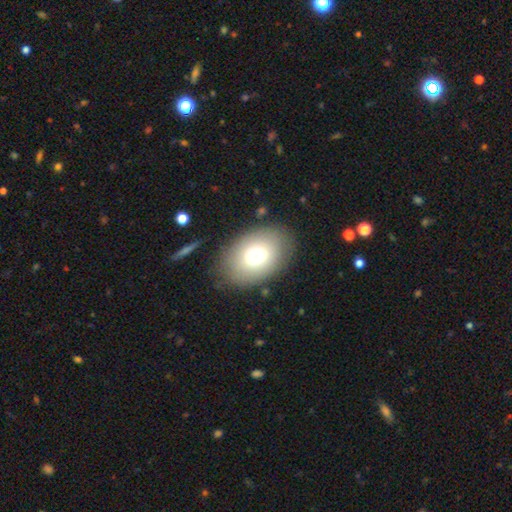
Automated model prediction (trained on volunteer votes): This appears to be a smooth galaxy with no disk features (74%) that is in between round and cigar-shaped (79%). Merging: none (82%).